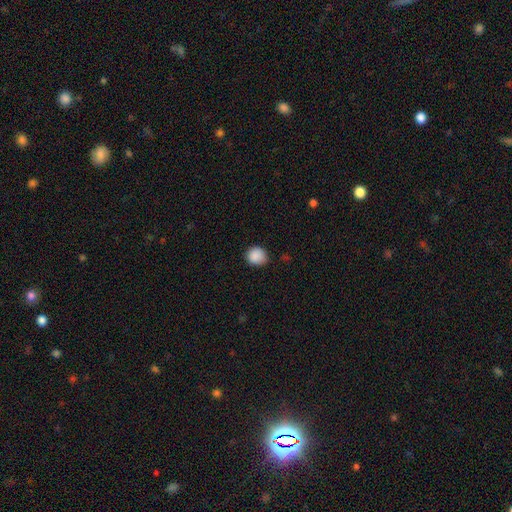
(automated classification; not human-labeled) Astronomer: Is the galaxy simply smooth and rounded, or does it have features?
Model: smooth — 89%.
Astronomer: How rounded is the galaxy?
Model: round — 82%.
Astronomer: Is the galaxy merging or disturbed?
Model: none — 78%.